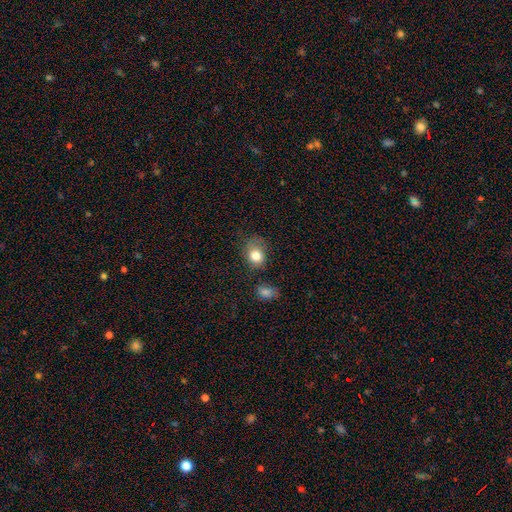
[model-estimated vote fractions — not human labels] This is clearly a smooth galaxy (81%). How rounded: possibly round (55%). Merging: possibly none (53%).